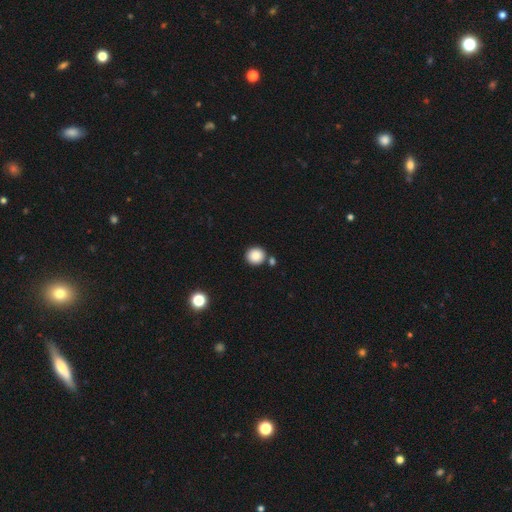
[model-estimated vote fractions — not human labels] smooth_or_featured: smooth (p=0.87) [alt: star or artifact p=0.09]
how_rounded: round (p=0.92) [alt: in between p=0.07]
merging: none (p=0.80) [alt: merger p=0.11]